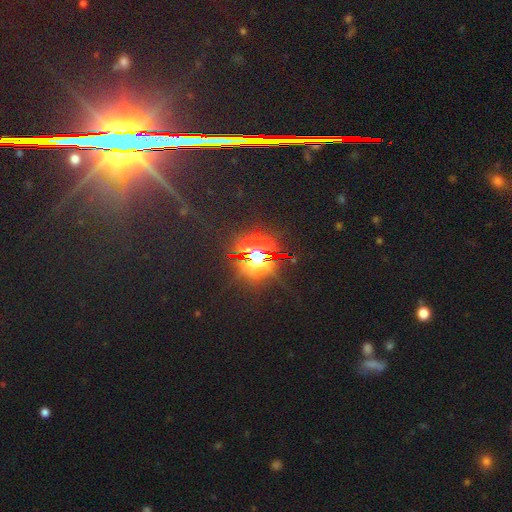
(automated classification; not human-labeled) smooth_or_featured: star or artifact (p=0.79) [alt: smooth p=0.12]